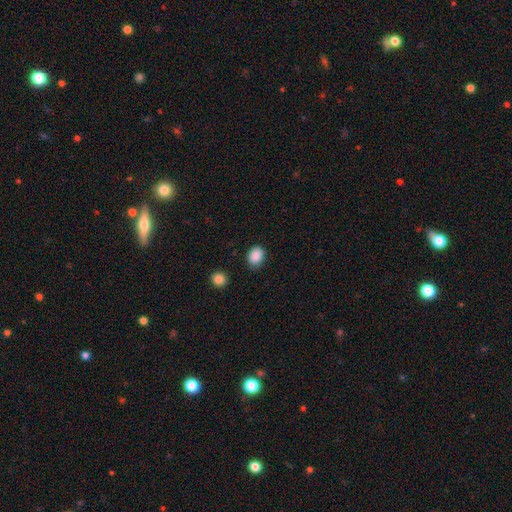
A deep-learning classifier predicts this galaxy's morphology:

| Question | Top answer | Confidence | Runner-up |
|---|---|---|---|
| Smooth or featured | smooth | 88% | star or artifact (8%) |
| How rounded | in between | 51% | round (48%) |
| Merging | none | 83% | minor disturbance (12%) |